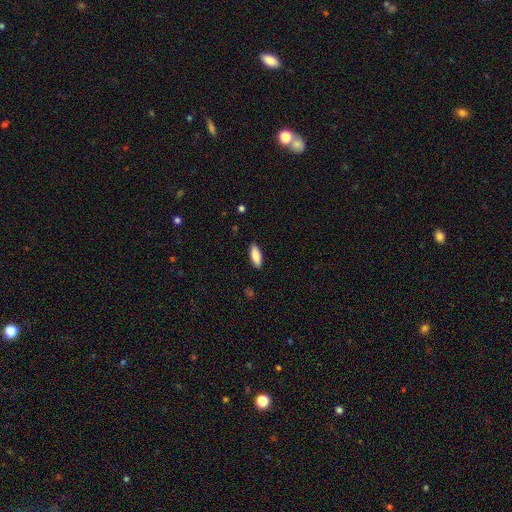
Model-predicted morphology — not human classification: type=smooth (85%); roundness=in between (76%); merging=none (89%).